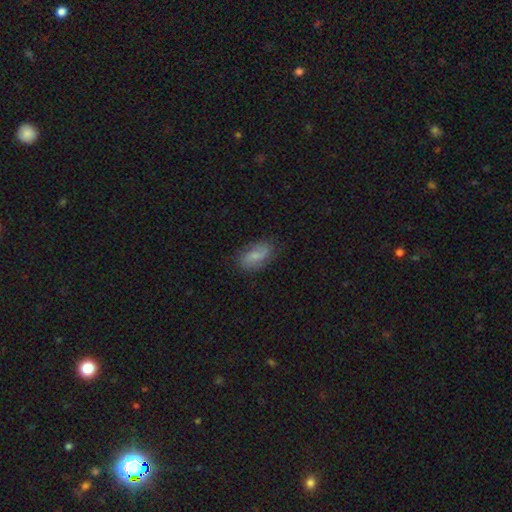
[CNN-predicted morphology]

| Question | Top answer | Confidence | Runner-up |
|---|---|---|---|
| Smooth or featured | smooth | 50% | featured or disk (42%) |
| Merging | none | 76% | minor disturbance (18%) |